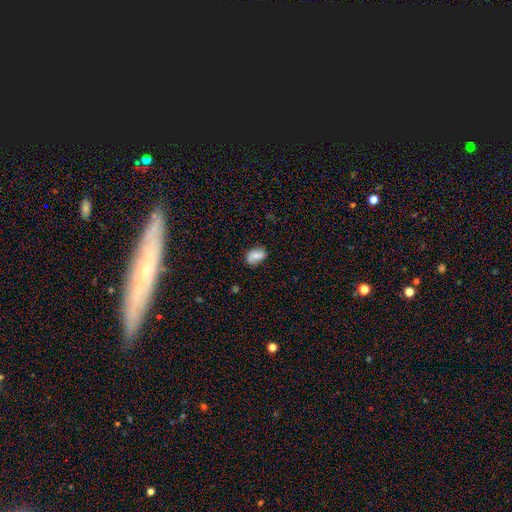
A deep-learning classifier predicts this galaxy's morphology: A smooth galaxy with no disk features (69%) that is in between round and cigar-shaped (82%).

Vote fractions:
- Smooth or featured? smooth: 69% / featured or disk: 22% / star or artifact: 9%
- How rounded? in between: 82% / round: 16% / cigar-shaped: 2%
- Merging? none: 66% / minor disturbance: 25% / major disturbance: 6% / merger: 2%